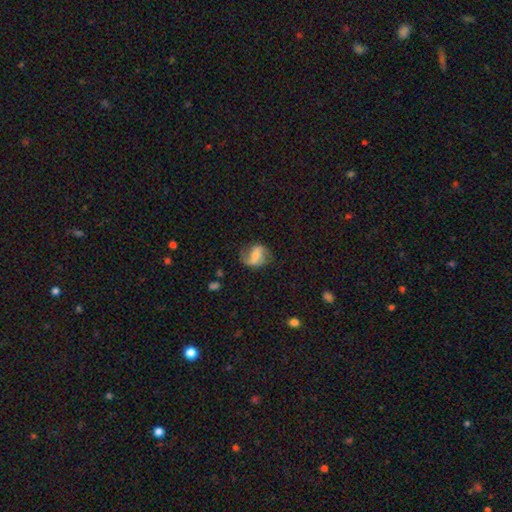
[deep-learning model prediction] smooth_or_featured: featured or disk (p=0.63) [alt: smooth p=0.29]
disk_edge_on: no (p=0.97) [alt: yes p=0.03]
bar: weak (p=0.40) [alt: strong p=0.30]
has_spiral_arms: yes (p=0.88) [alt: no p=0.12]
spiral_winding: loose (p=0.45) [alt: medium p=0.39]
spiral_arm_count: 2 (p=0.81) [alt: 1 p=0.09]
bulge_size: small (p=0.46) [alt: moderate p=0.39]
merging: none (p=0.66) [alt: minor disturbance p=0.21]